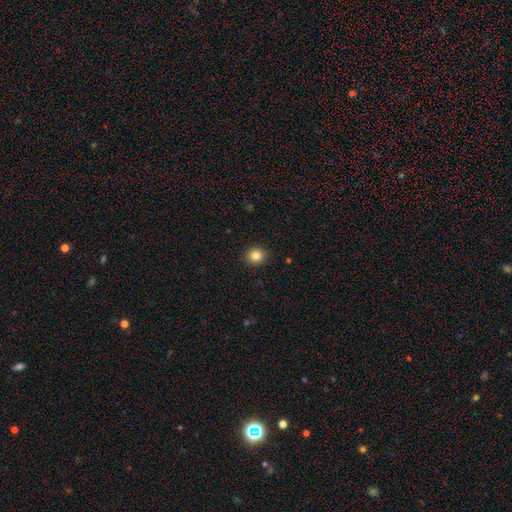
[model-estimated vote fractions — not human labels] A smooth galaxy with no disk features (84%) that is round (78%).

Vote fractions:
- Smooth or featured? smooth: 84% / star or artifact: 11% / featured or disk: 6%
- How rounded? round: 78% / in between: 21% / cigar-shaped: 1%
- Merging? none: 92% / minor disturbance: 6% / major disturbance: 2% / merger: 1%